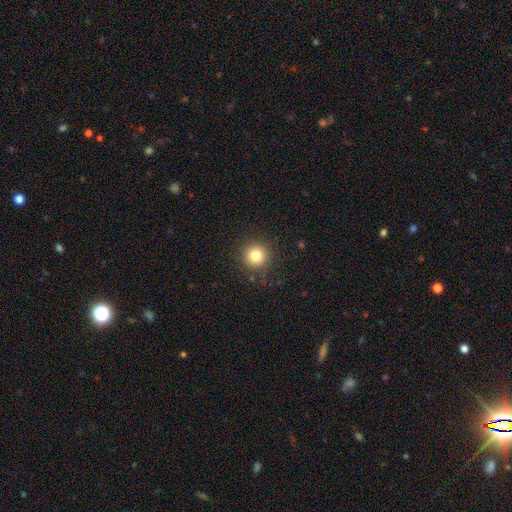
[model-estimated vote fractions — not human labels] The model was most divided on "smooth or featured": smooth: 80%, star or artifact: 13%, featured or disk: 7%. More confident: how rounded — round (95%); merging — none (88%).